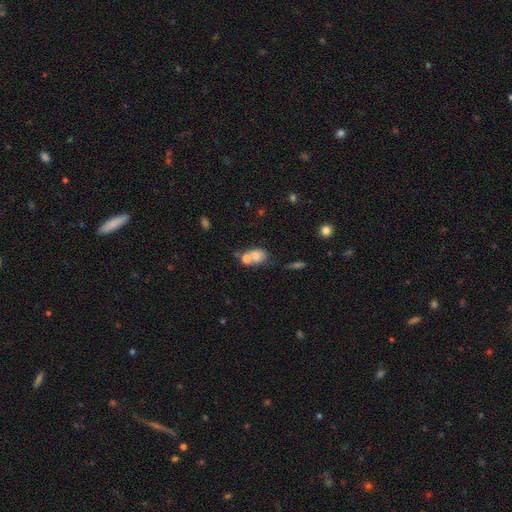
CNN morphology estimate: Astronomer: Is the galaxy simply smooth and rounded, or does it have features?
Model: smooth — 71%.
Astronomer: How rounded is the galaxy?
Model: in between — 66%.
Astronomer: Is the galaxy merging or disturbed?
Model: merger — 49% (runner-up: none, 32%).